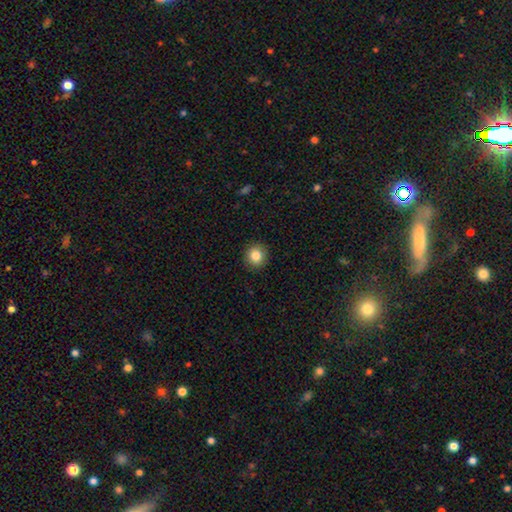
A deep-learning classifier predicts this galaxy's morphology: Smooth or featured?
  - smooth: 84% *
  - star or artifact: 10%
  - featured or disk: 7%
How rounded?
  - round: 88% *
  - in between: 11%
  - cigar-shaped: 1%
Merging?
  - none: 92% *
  - minor disturbance: 6%
  - major disturbance: 2%
  - merger: 1%